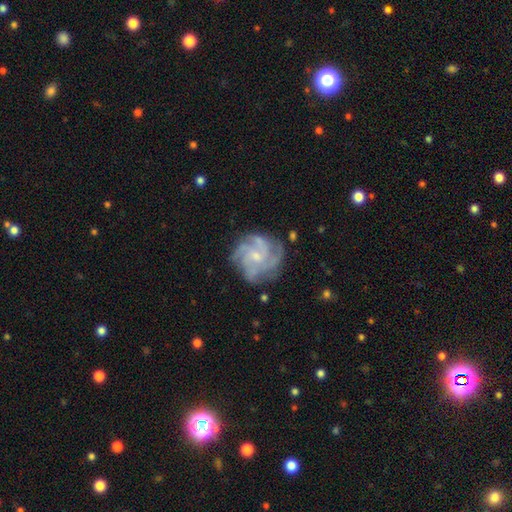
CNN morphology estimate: This appears to be a featured or disk galaxy (84%) with no bar (64%), 4 (43%) tight (52%) spiral arms (96%) and a small central bulge (58%). Merging: none (76%).